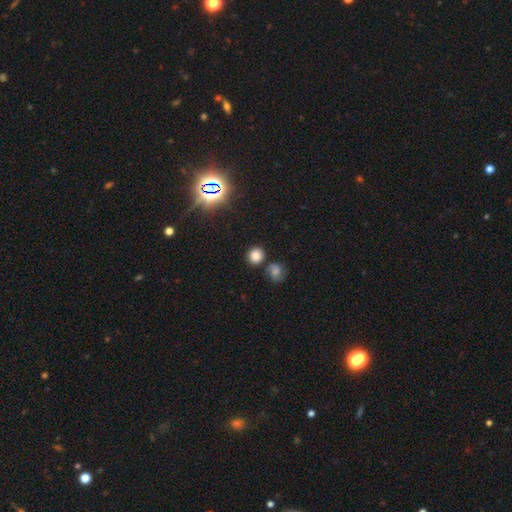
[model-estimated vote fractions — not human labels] Q: Smooth or featured?
A: smooth (76%); runner-up: star or artifact (16%)
Q: How rounded?
A: round (85%); runner-up: in between (14%)
Q: Merging?
A: none (78%); runner-up: minor disturbance (10%)